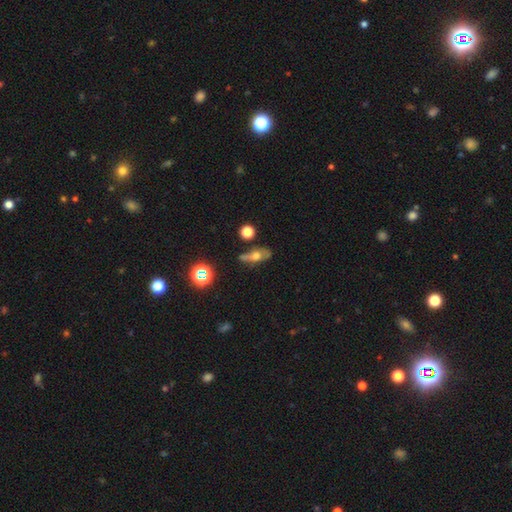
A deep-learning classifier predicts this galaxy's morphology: A smooth galaxy with no disk features (43%).

Vote fractions:
- Smooth or featured? smooth: 43% / featured or disk: 41% / star or artifact: 15%
- Merging? none: 53% / minor disturbance: 26% / major disturbance: 12% / merger: 9%